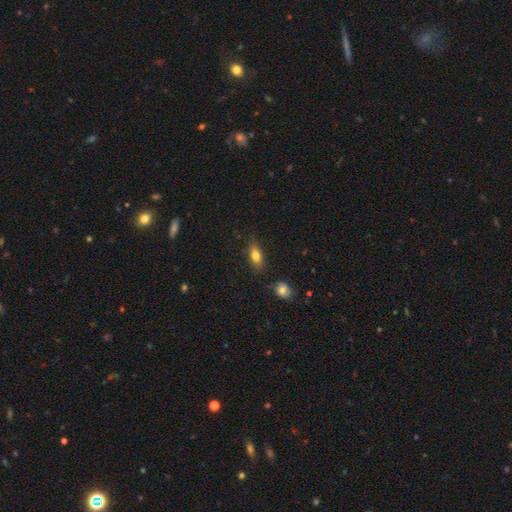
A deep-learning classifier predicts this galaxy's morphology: Smooth or featured? Predicted: smooth (p=0.78). How rounded? Predicted: in between (p=0.82). Merging? Predicted: none (p=0.78).